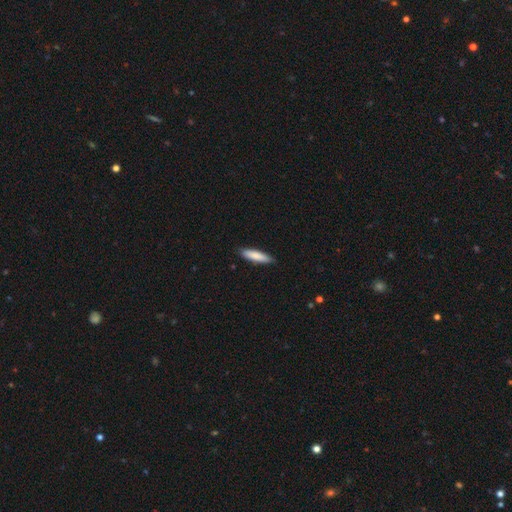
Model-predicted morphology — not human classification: type=smooth (83%); roundness=cigar-shaped (78%); merging=none (87%).